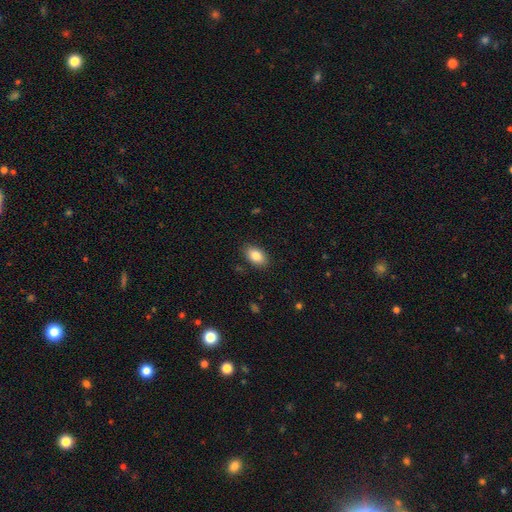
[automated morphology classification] Smooth or featured: smooth — 85% (star or artifact — 8%)
How rounded: in between — 91% (round — 7%)
Merging: none — 87% (minor disturbance — 9%)